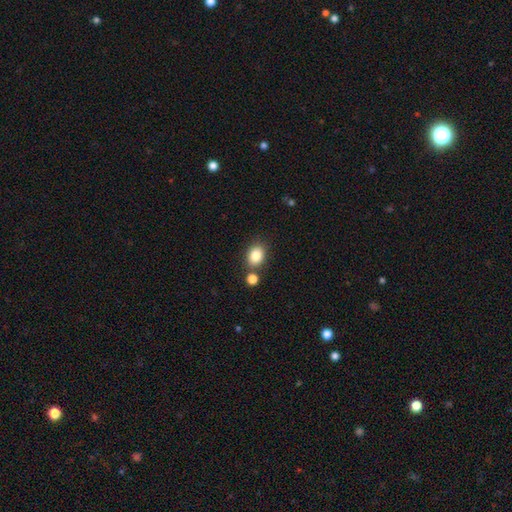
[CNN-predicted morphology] Smooth or featured?
  - smooth: 84% *
  - star or artifact: 10%
  - featured or disk: 7%
How rounded?
  - in between: 58% *
  - round: 41%
  - cigar-shaped: 1%
Merging?
  - none: 73% *
  - merger: 13%
  - minor disturbance: 11%
  - major disturbance: 3%